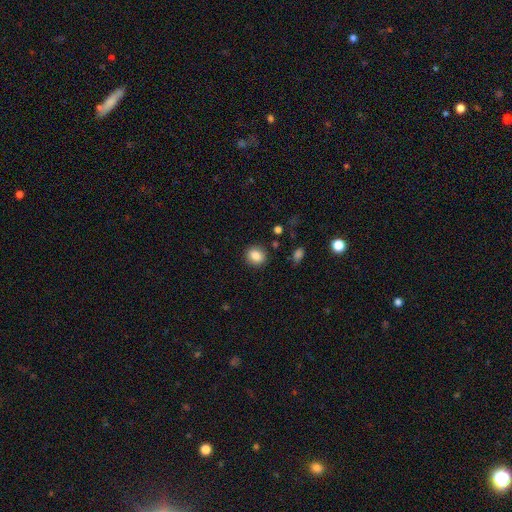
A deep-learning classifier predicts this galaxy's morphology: Smooth or featured?
  - smooth: 85% *
  - star or artifact: 9%
  - featured or disk: 5%
How rounded?
  - round: 75% *
  - in between: 24%
  - cigar-shaped: 1%
Merging?
  - none: 89% *
  - minor disturbance: 7%
  - major disturbance: 2%
  - merger: 2%